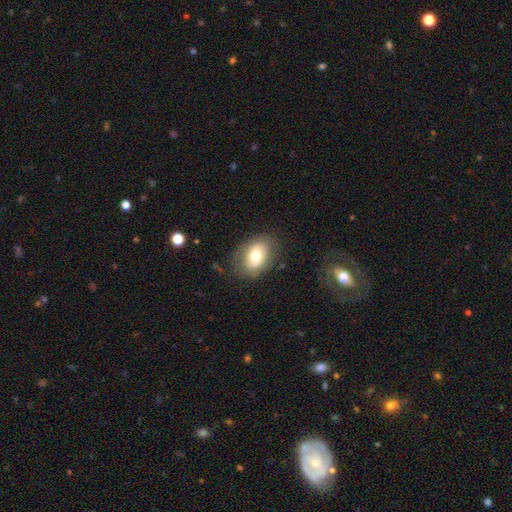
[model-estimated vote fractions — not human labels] Smooth or featured? smooth (66%)
How rounded? in between (80%)
Merging? none (75%)